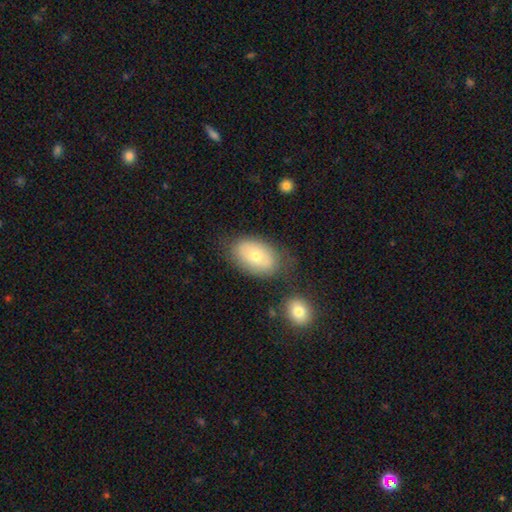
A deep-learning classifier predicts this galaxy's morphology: This is likely a smooth galaxy (63%). How rounded: clearly in between (87%). Merging: likely none (70%).